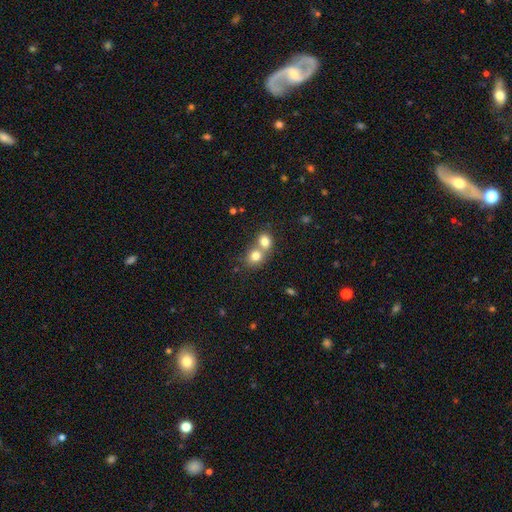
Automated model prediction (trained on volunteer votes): Q: Smooth or featured?
A: smooth (77%); runner-up: featured or disk (12%)
Q: How rounded?
A: round (68%); runner-up: in between (31%)
Q: Merging?
A: merger (64%); runner-up: none (28%)